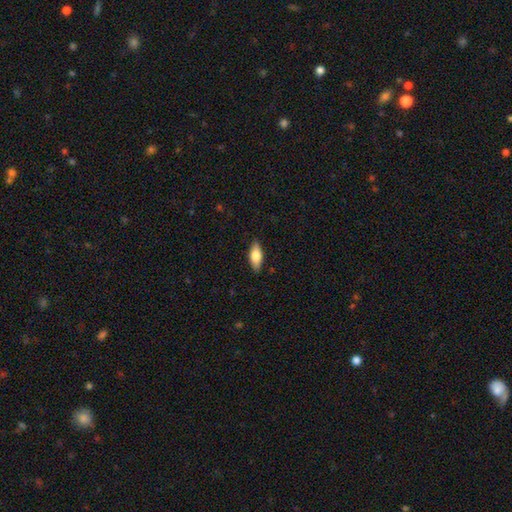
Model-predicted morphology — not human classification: Q: Smooth or featured?
A: smooth (71%); runner-up: featured or disk (23%)
Q: How rounded?
A: in between (76%); runner-up: cigar-shaped (22%)
Q: Merging?
A: none (87%); runner-up: minor disturbance (10%)